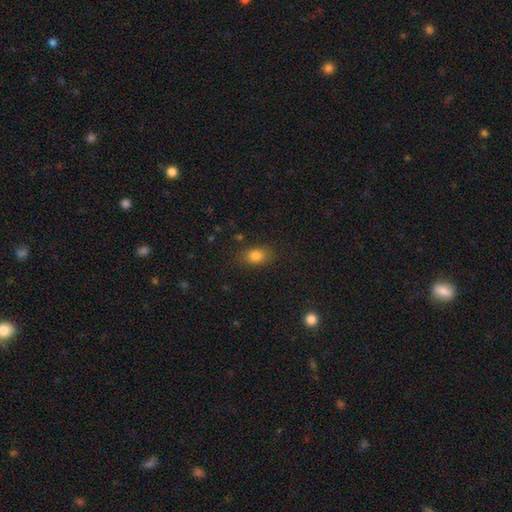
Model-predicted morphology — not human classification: A smooth galaxy with no disk features (82%) that is in between round and cigar-shaped (76%). Merging: none (83%).